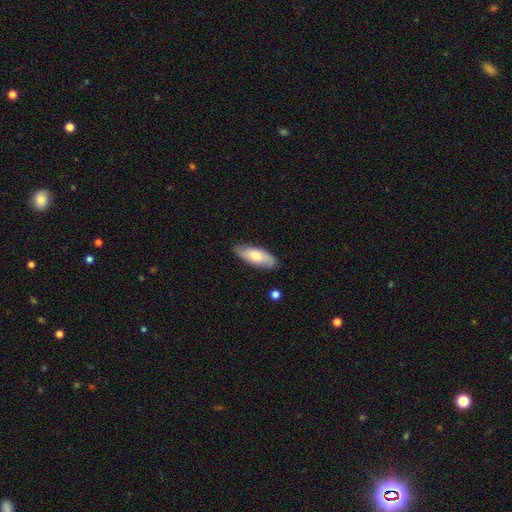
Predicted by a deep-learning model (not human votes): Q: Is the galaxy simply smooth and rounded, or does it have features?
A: smooth — 65%.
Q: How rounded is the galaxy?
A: in between — 76%.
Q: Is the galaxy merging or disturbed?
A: none — 81%.